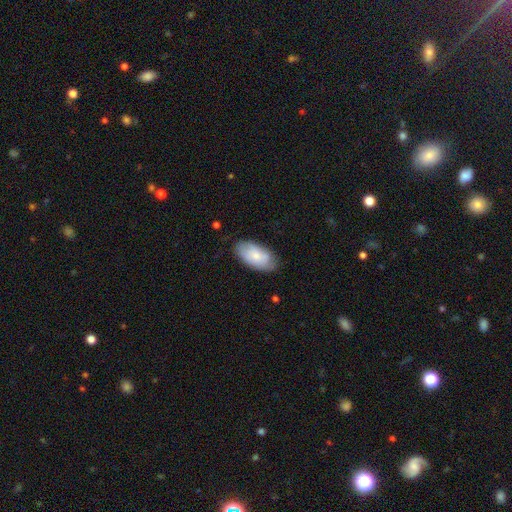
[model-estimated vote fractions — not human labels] smooth 75%, featured or disk 19%, star or artifact 6%. Down the decision tree: how rounded — in between (95%); merging — none (76%).